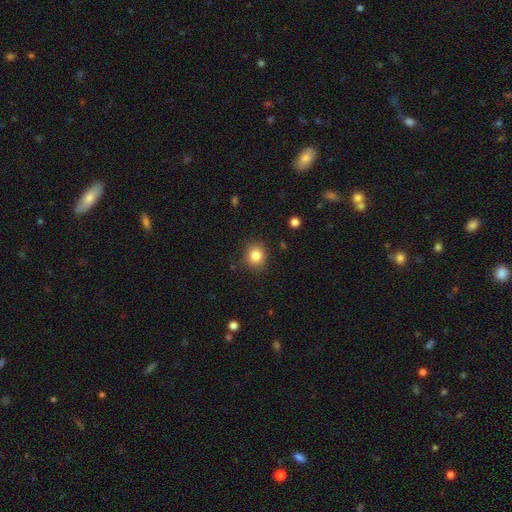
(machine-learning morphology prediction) Overall: smooth (83%). How rounded: round (82%). Merging: none (87%).